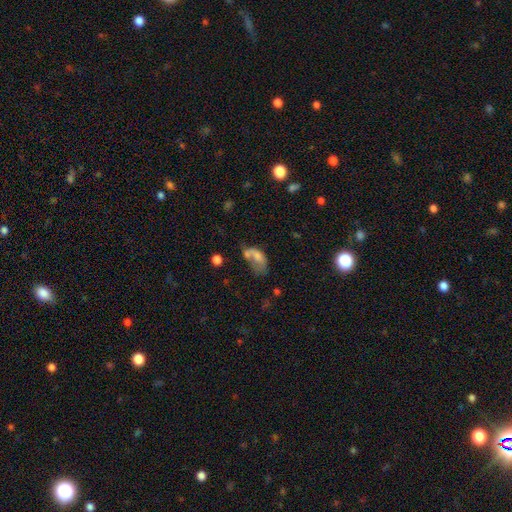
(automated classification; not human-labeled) Smooth or featured? smooth (59%)
How rounded? in between (87%)
Merging? major disturbance (34%)